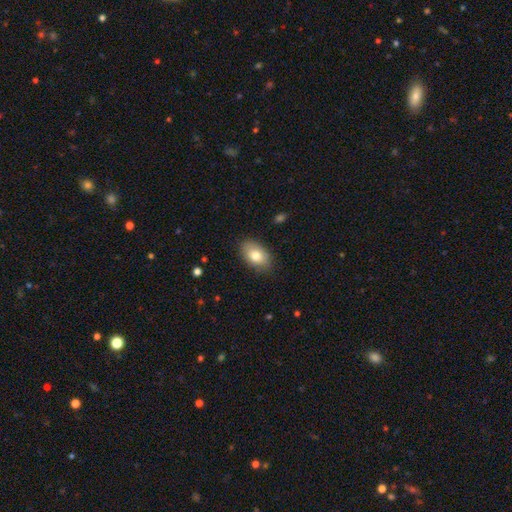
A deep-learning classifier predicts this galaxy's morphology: A smooth galaxy with no disk features (79%) that is in between round and cigar-shaped (90%).

Vote fractions:
- Smooth or featured? smooth: 79% / featured or disk: 14% / star or artifact: 7%
- How rounded? in between: 90% / round: 8% / cigar-shaped: 1%
- Merging? none: 84% / minor disturbance: 12% / major disturbance: 3% / merger: 1%